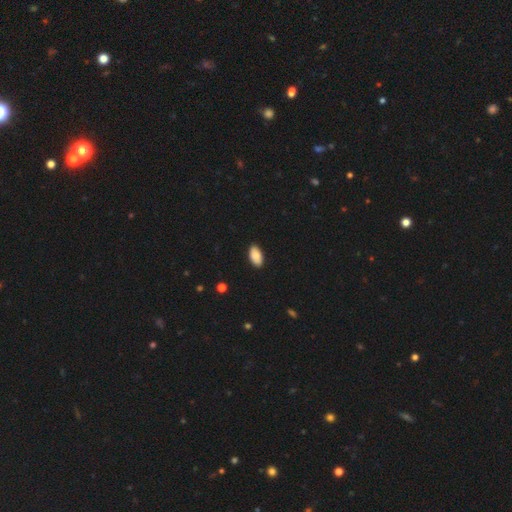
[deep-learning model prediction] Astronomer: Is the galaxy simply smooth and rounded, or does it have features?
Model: smooth — 84%.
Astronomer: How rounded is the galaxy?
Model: in between — 95%.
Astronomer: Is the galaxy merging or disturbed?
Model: none — 89%.